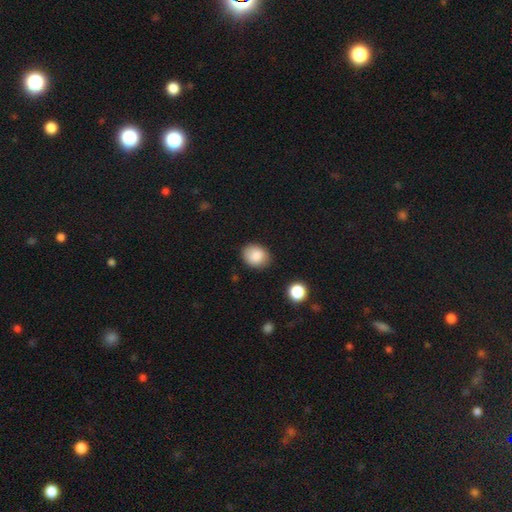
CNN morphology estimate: Overall: smooth (86%). How rounded: round (51%; in between 49%). Merging: none (82%).